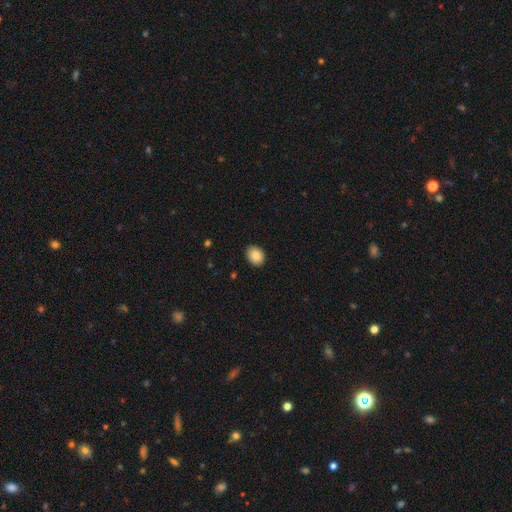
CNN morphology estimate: The model was most divided on "how rounded": in between: 62%, round: 37%, cigar-shaped: 1%. More confident: merging — none (90%); smooth or featured — smooth (87%).